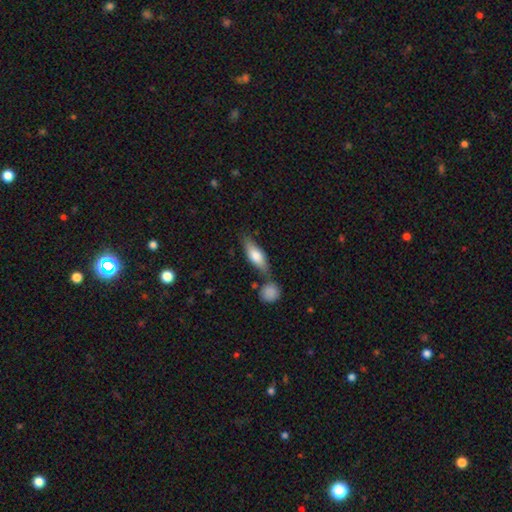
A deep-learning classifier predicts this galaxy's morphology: Smooth or featured? smooth (67%)
How rounded? in between (61%)
Merging? none (65%)